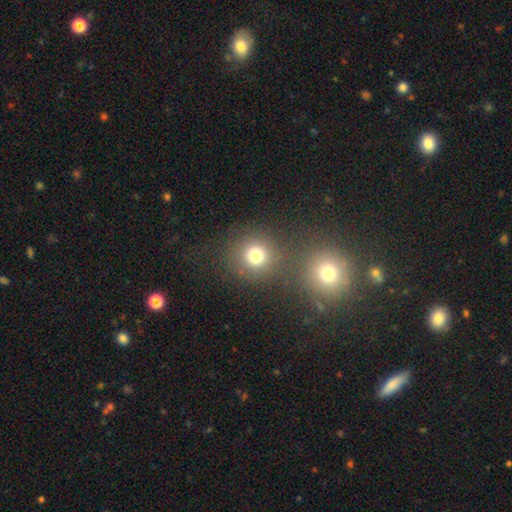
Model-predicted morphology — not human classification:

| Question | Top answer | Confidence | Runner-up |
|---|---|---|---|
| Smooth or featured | smooth | 75% | star or artifact (16%) |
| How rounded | round | 89% | in between (10%) |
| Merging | none | 69% | merger (19%) |